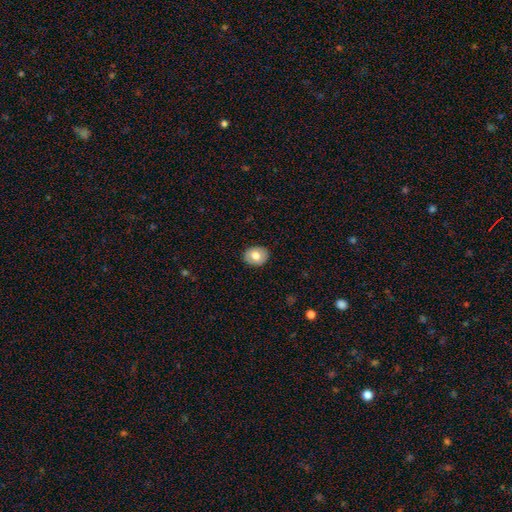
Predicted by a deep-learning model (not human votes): smooth 73%, featured or disk 20%, star or artifact 7%. Down the decision tree: how rounded — in between (54%); merging — none (88%).